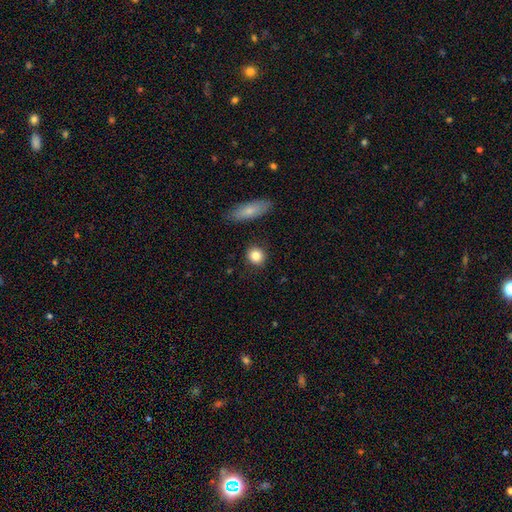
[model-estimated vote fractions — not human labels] smooth-or-featured: smooth: 84% | star or artifact: 8% | featured or disk: 8%
  how-rounded: round: 83% | in between: 15% | cigar-shaped: 2%
  merging: none: 88% | minor disturbance: 7% | merger: 2% | major disturbance: 2%